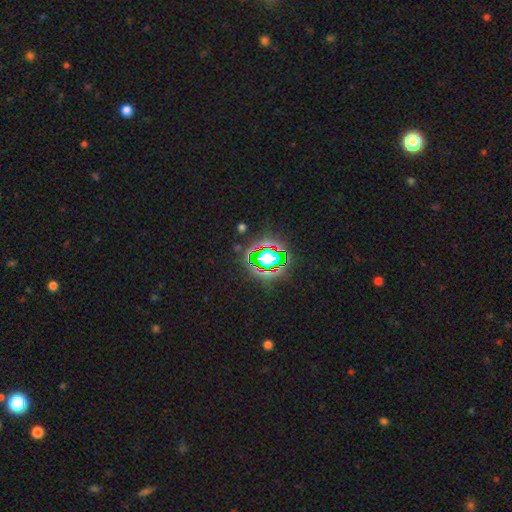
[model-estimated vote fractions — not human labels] Smooth or featured: star or artifact — 69% (smooth — 18%)